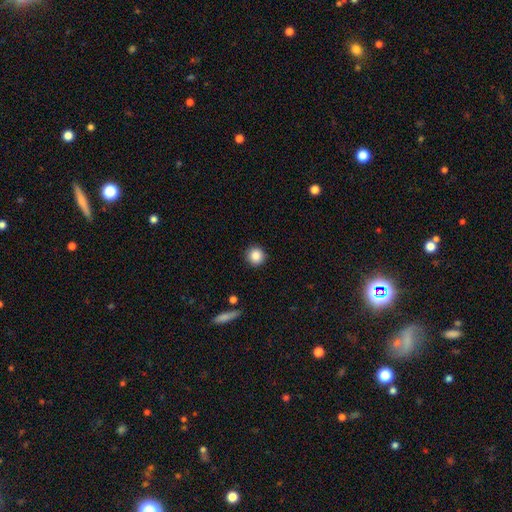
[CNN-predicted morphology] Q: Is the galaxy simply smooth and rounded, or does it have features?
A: smooth — 87%.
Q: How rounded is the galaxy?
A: round — 93%.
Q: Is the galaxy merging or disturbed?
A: none — 89%.